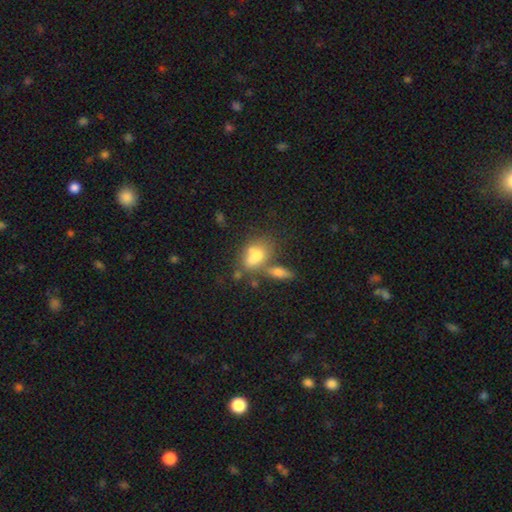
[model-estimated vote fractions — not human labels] smooth_or_featured: smooth (p=0.68) [alt: featured or disk p=0.20]
how_rounded: in between (p=0.74) [alt: round p=0.23]
merging: merger (p=0.43) [alt: none p=0.32]